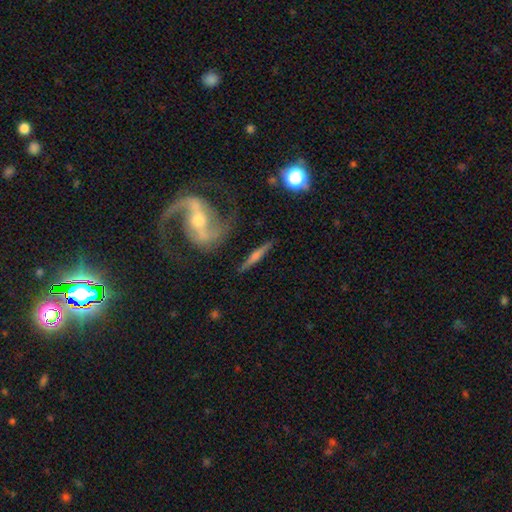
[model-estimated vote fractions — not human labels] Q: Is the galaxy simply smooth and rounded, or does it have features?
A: featured or disk — 67%.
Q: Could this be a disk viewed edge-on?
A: yes — 90%.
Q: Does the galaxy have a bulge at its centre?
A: rounded — 76%.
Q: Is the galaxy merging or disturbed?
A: none — 82%.